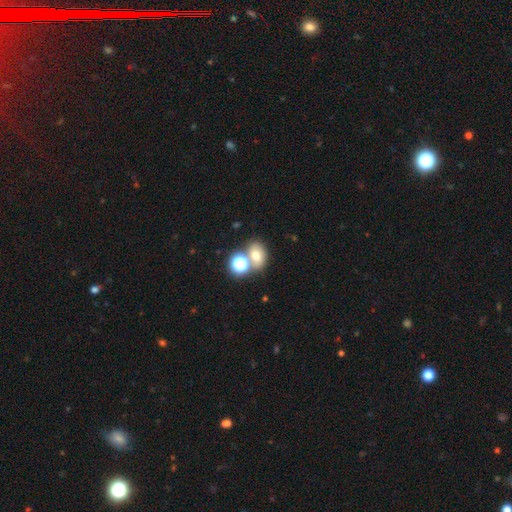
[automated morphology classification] Q: Smooth or featured?
A: smooth (68%); runner-up: star or artifact (18%)
Q: How rounded?
A: in between (60%); runner-up: round (39%)
Q: Merging?
A: none (51%); runner-up: merger (34%)